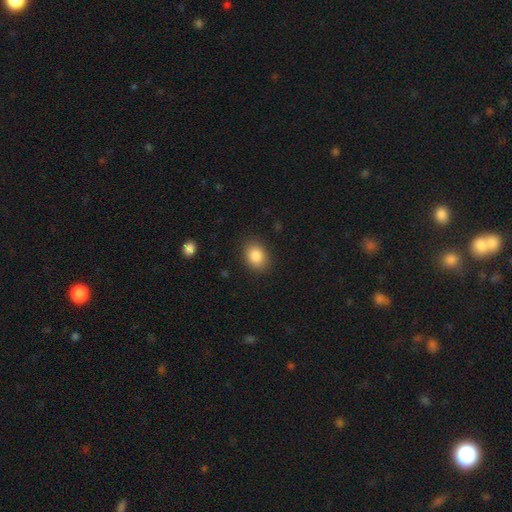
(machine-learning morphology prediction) smooth 86%, star or artifact 8%, featured or disk 6%. Down the decision tree: how rounded — in between (64%); merging — none (87%).